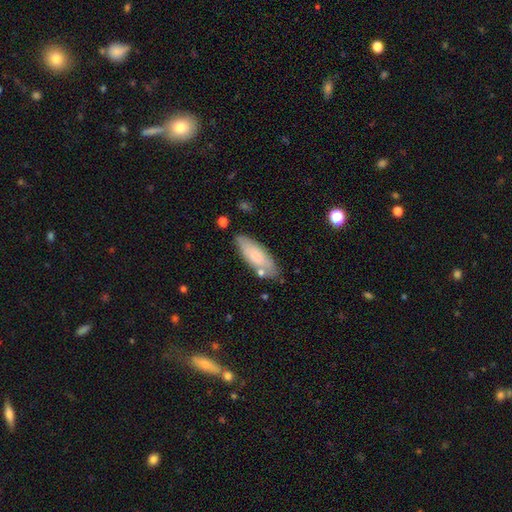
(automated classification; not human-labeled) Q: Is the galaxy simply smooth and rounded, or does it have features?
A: smooth — 76%.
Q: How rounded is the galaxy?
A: in between — 66%.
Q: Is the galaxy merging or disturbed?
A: none — 74%.